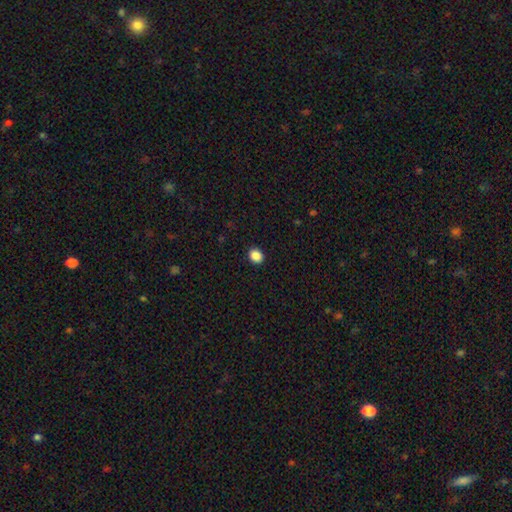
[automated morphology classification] Smooth or featured?
  - smooth: 87% *
  - star or artifact: 10%
  - featured or disk: 3%
How rounded?
  - round: 62% *
  - in between: 37%
  - cigar-shaped: 1%
Merging?
  - none: 91% *
  - minor disturbance: 6%
  - major disturbance: 2%
  - merger: 1%